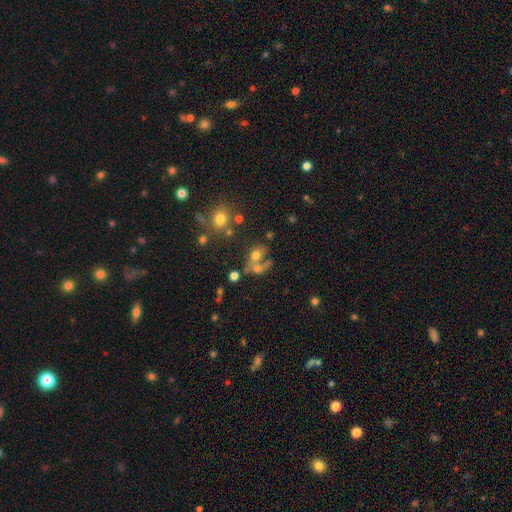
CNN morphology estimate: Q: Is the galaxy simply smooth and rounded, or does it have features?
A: smooth — 60%.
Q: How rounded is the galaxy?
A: round — 49%.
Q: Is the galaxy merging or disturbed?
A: merger — 48%.